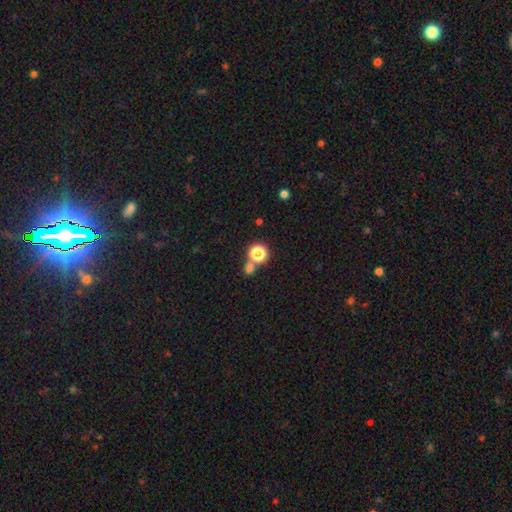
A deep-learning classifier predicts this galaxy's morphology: smooth_or_featured: smooth (p=0.49) [alt: star or artifact p=0.44]
merging: none (p=0.71) [alt: merger p=0.16]